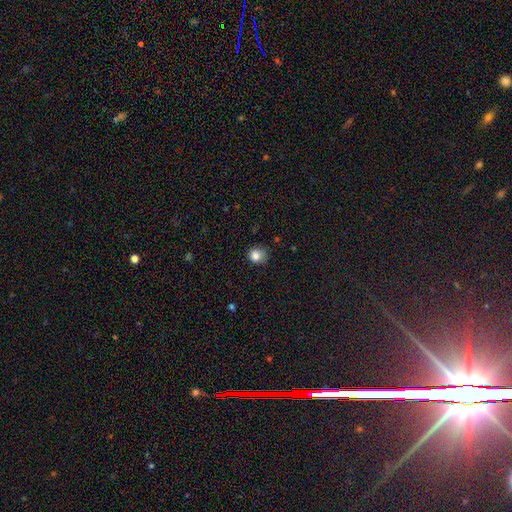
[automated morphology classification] Overall: smooth (83%). How rounded: round (84%). Merging: none (74%).